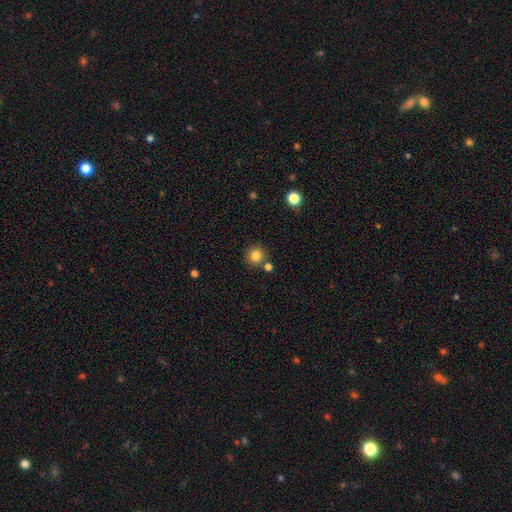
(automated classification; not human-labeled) smooth-or-featured: smooth: 82% | star or artifact: 12% | featured or disk: 6%
  how-rounded: round: 94% | in between: 5% | cigar-shaped: 1%
  merging: none: 80% | merger: 10% | minor disturbance: 8% | major disturbance: 2%